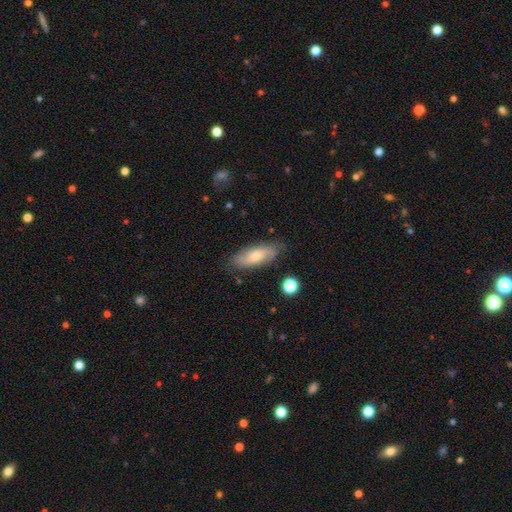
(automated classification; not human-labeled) Smooth or featured? smooth (53%)
How rounded? in between (70%)
Merging? none (79%)